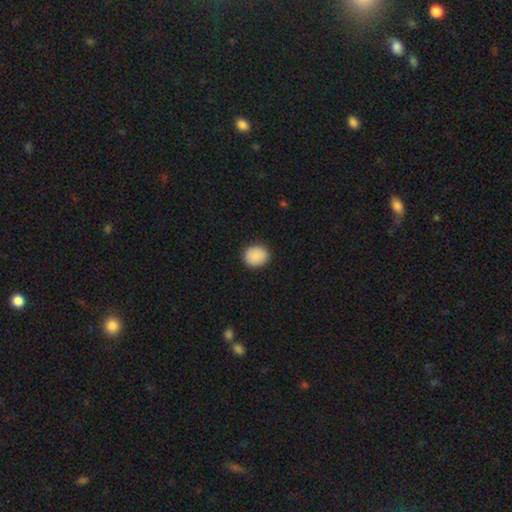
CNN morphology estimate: The model was most divided on "how rounded": round: 80%, in between: 19%, cigar-shaped: 1%. More confident: merging — none (91%); smooth or featured — smooth (89%).